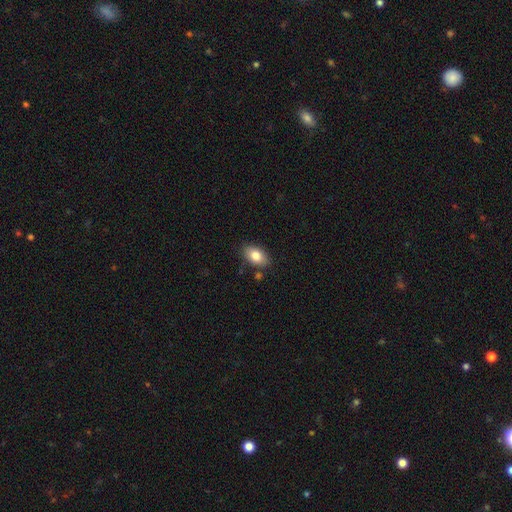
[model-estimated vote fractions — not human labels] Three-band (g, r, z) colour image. It shows a smooth galaxy with no disk features (82%) that is in between round and cigar-shaped (89%). Merging: none (83%).